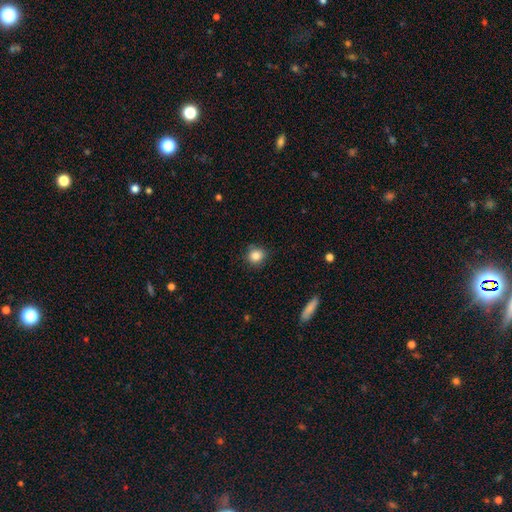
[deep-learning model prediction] A smooth galaxy with no disk features (85%) that is round (81%). Merging: none (82%).